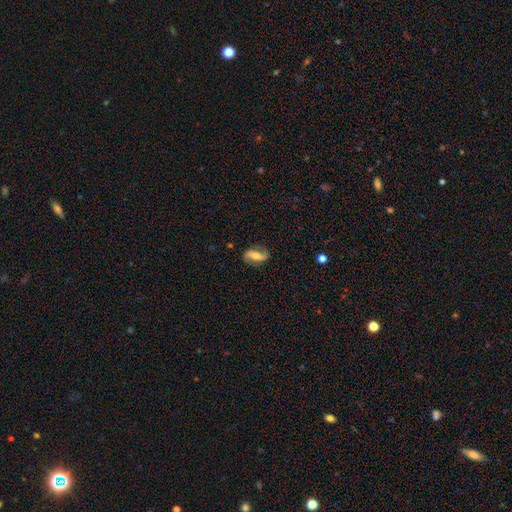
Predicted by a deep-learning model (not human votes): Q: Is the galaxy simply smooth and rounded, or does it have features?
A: featured or disk — 61%.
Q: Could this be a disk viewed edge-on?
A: no — 90%.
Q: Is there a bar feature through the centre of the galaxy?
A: strong — 41%.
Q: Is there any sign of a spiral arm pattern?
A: yes — 86%.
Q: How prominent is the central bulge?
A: moderate — 53%.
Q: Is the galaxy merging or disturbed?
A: none — 79%.